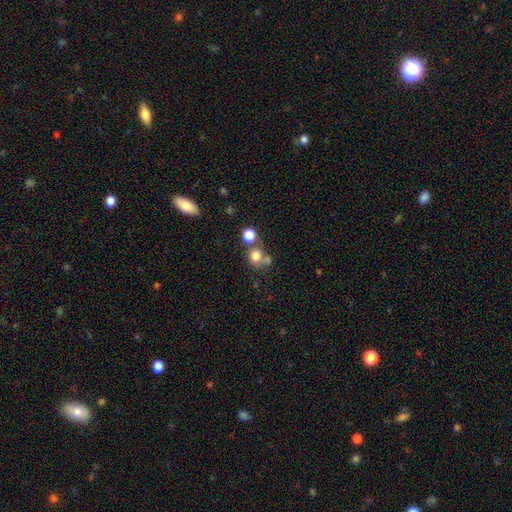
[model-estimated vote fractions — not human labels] smooth_or_featured: smooth (p=0.76) [alt: star or artifact p=0.14]
how_rounded: round (p=0.77) [alt: in between p=0.22]
merging: none (p=0.47) [alt: merger p=0.36]